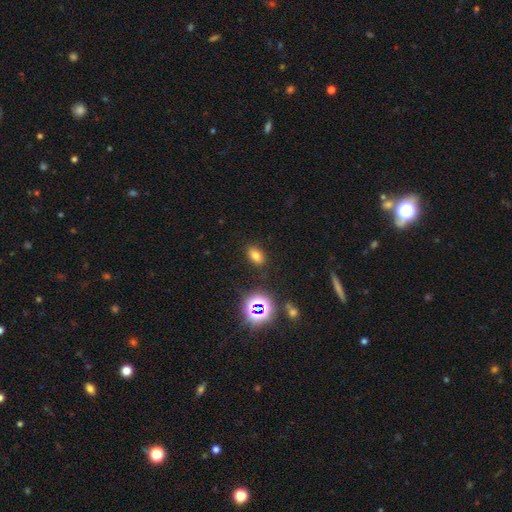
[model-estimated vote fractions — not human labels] This appears to be a smooth galaxy with no disk features (69%) that is in between round and cigar-shaped (84%). Merging: none (85%).